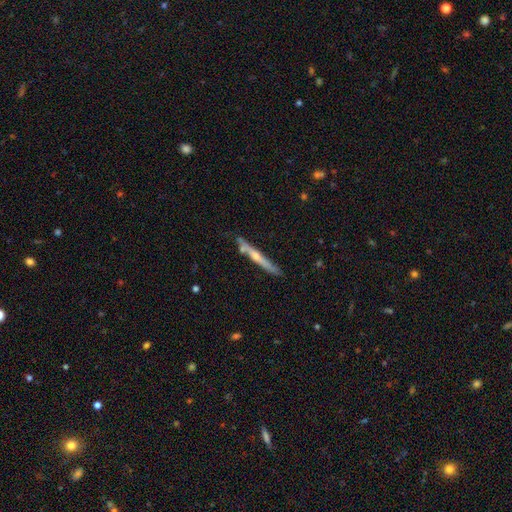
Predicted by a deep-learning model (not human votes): smooth-or-featured: featured or disk: 63% | smooth: 31% | star or artifact: 6%
  disk-edge-on: yes: 95% | no: 5%
    edge-on-bulge: rounded: 63% | none: 33% | boxy: 4%
  merging: none: 76% | minor disturbance: 16% | merger: 5% | major disturbance: 3%